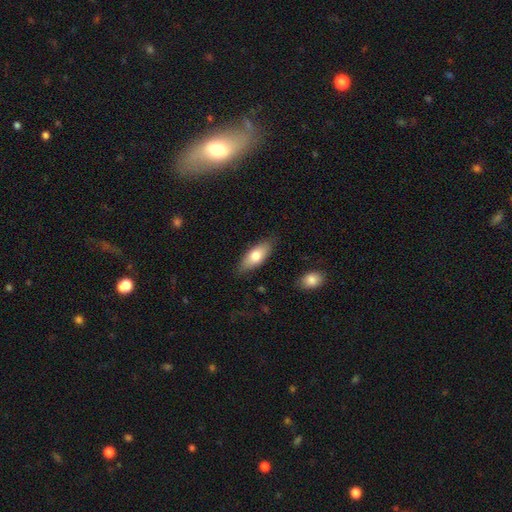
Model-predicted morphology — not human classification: A smooth galaxy with no disk features (74%) that is in between round and cigar-shaped (80%).

Vote fractions:
- Smooth or featured? smooth: 74% / featured or disk: 20% / star or artifact: 6%
- How rounded? in between: 80% / cigar-shaped: 18% / round: 2%
- Merging? none: 83% / minor disturbance: 13% / major disturbance: 3% / merger: 2%